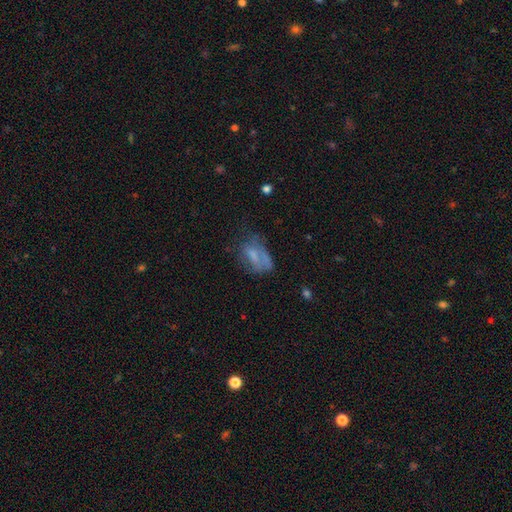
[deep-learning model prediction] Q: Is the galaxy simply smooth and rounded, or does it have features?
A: smooth — 51%.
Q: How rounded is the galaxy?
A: in between — 83%.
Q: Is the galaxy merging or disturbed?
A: none — 37%.